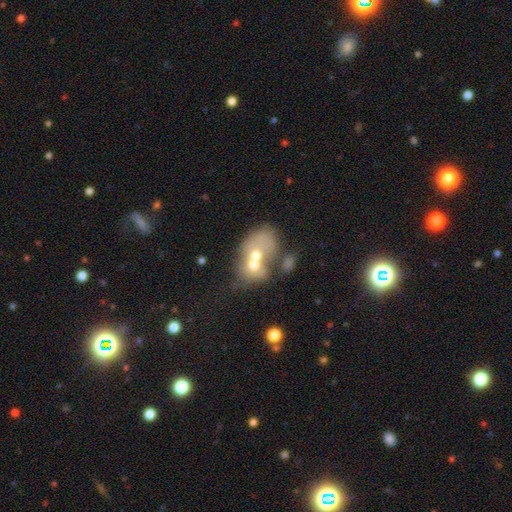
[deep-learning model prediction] Smooth or featured: smooth — 49% (featured or disk — 36%)
Merging: merger — 72% (none — 14%)